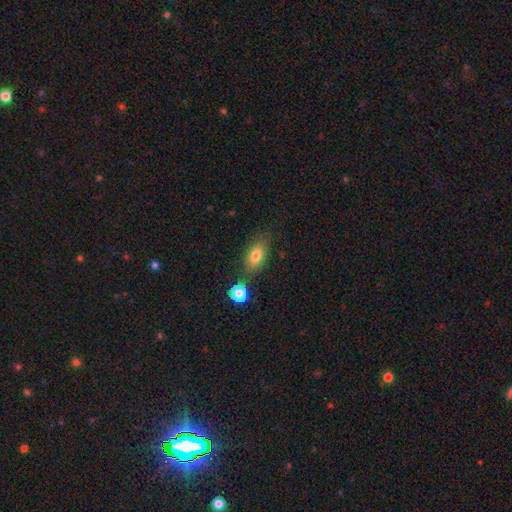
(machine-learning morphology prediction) A smooth galaxy with no disk features (77%) that is in between round and cigar-shaped (82%). Merging: none (72%).